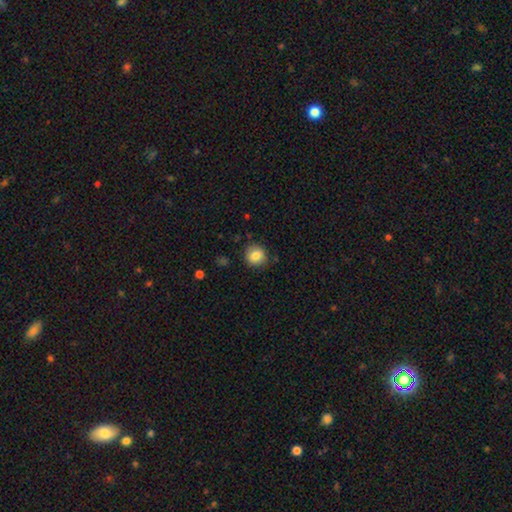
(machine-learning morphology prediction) This appears to be a smooth galaxy with no disk features (83%) that is round (85%). Merging: none (87%).